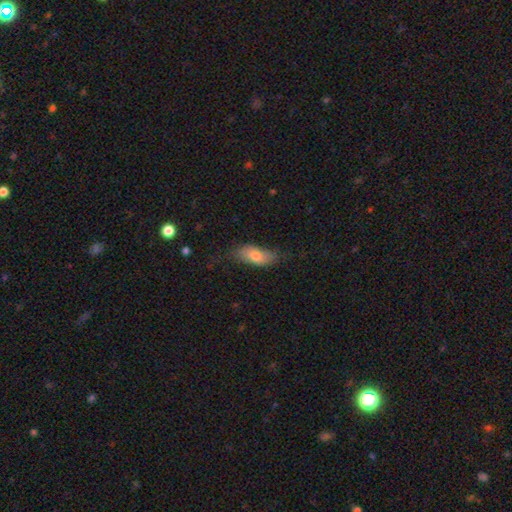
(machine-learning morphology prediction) smooth-or-featured: smooth: 73% | featured or disk: 20% | star or artifact: 7%
  how-rounded: in between: 86% | cigar-shaped: 10% | round: 4%
  merging: none: 62% | minor disturbance: 26% | major disturbance: 10% | merger: 1%